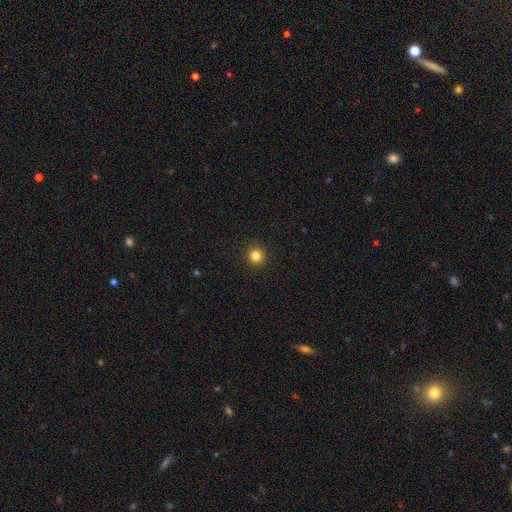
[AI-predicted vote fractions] The model was most divided on "smooth or featured": smooth: 83%, star or artifact: 13%, featured or disk: 4%. More confident: how rounded — round (94%); merging — none (92%).